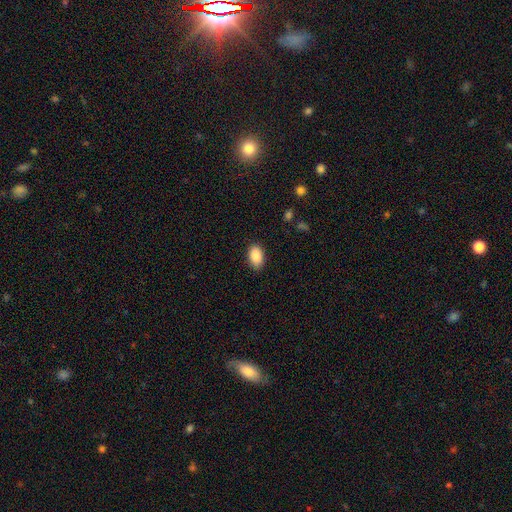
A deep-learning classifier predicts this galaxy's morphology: Smooth or featured: smooth — 89% (star or artifact — 7%)
How rounded: in between — 91% (round — 7%)
Merging: none — 85% (minor disturbance — 12%)